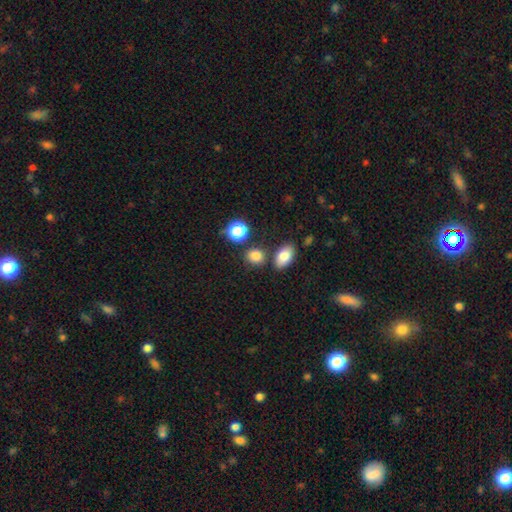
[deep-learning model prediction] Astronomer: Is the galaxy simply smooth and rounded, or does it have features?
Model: smooth — 80%.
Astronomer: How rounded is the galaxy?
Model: round — 53% (runner-up: in between, 46%).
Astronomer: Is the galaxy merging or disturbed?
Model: none — 74%.